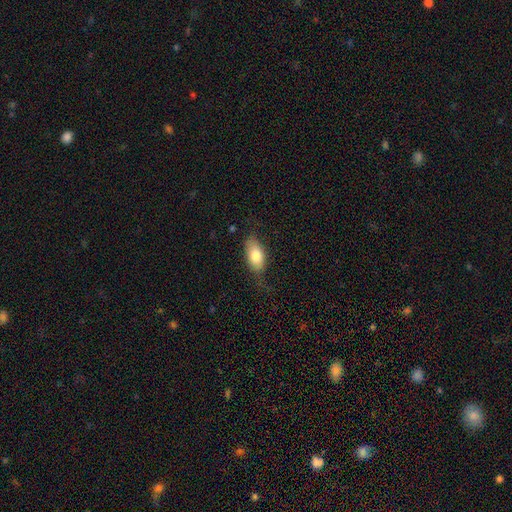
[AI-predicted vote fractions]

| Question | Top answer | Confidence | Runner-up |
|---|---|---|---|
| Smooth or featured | smooth | 77% | featured or disk (16%) |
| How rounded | in between | 90% | cigar-shaped (6%) |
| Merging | none | 66% | minor disturbance (24%) |